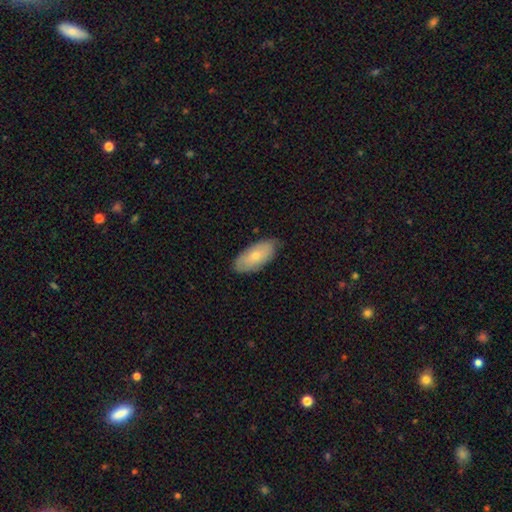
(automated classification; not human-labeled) Overall: smooth (70%). How rounded: in between (93%). Merging: none (81%).